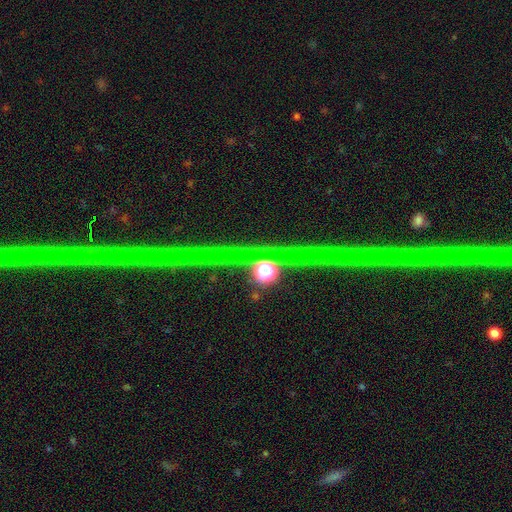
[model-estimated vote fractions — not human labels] smooth_or_featured: star or artifact (p=0.82) [alt: featured or disk p=0.13]